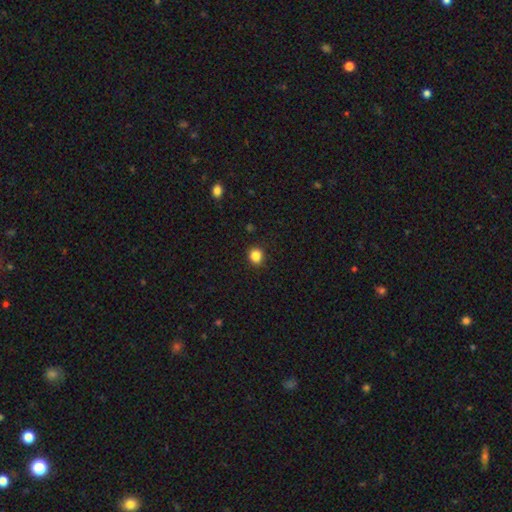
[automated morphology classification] A smooth galaxy with no disk features (86%) that is round (79%).

Vote fractions:
- Smooth or featured? smooth: 86% / star or artifact: 11% / featured or disk: 3%
- How rounded? round: 79% / in between: 20% / cigar-shaped: 1%
- Merging? none: 90% / minor disturbance: 7% / major disturbance: 2% / merger: 1%